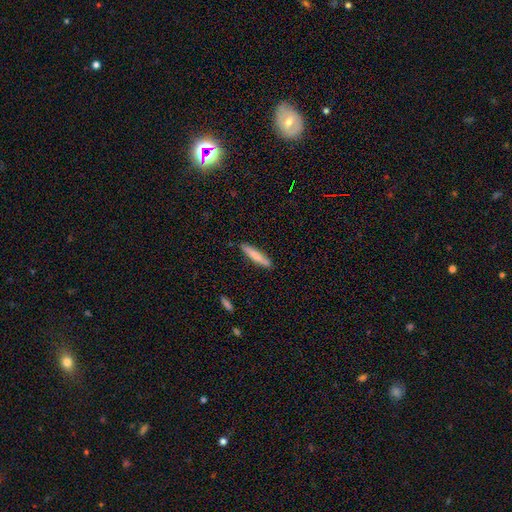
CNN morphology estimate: Smooth or featured? Predicted: smooth (p=0.76). How rounded? Predicted: cigar-shaped (p=0.91). Merging? Predicted: none (p=0.87).